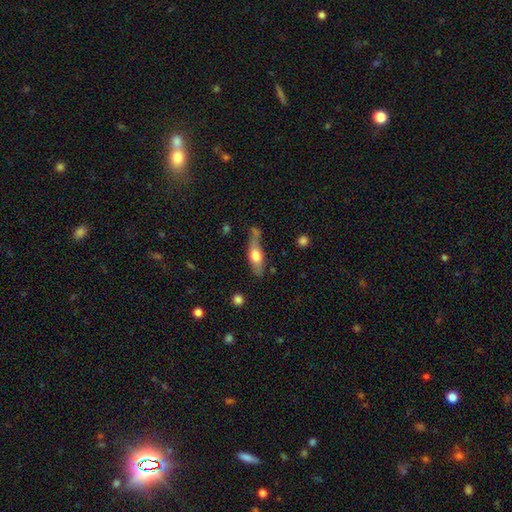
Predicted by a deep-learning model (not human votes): smooth-or-featured: smooth: 58% | featured or disk: 36% | star or artifact: 6%
  how-rounded: in between: 49% | cigar-shaped: 47% | round: 4%
  merging: none: 54% | minor disturbance: 24% | merger: 13% | major disturbance: 9%